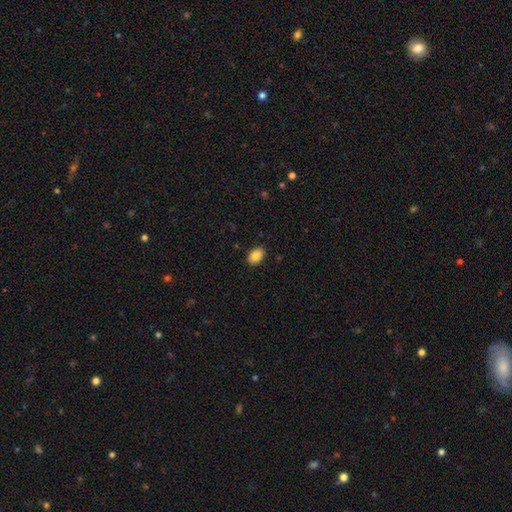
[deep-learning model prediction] smooth-or-featured: smooth: 86% | star or artifact: 8% | featured or disk: 6%
  how-rounded: in between: 85% | round: 14% | cigar-shaped: 1%
  merging: none: 89% | minor disturbance: 8% | major disturbance: 2% | merger: 1%